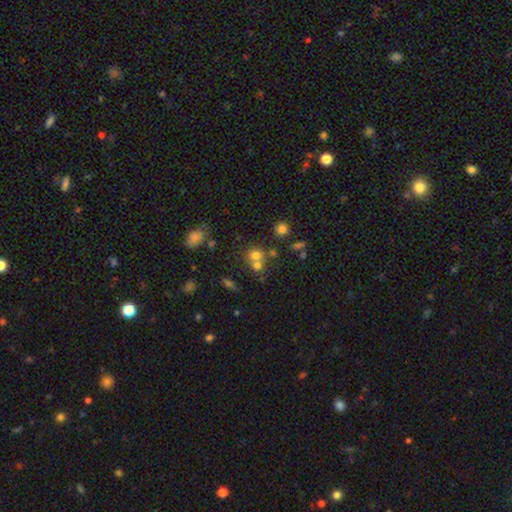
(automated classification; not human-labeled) smooth_or_featured: smooth (p=0.67) [alt: star or artifact p=0.18]
how_rounded: round (p=0.78) [alt: in between p=0.21]
merging: merger (p=0.47) [alt: none p=0.42]